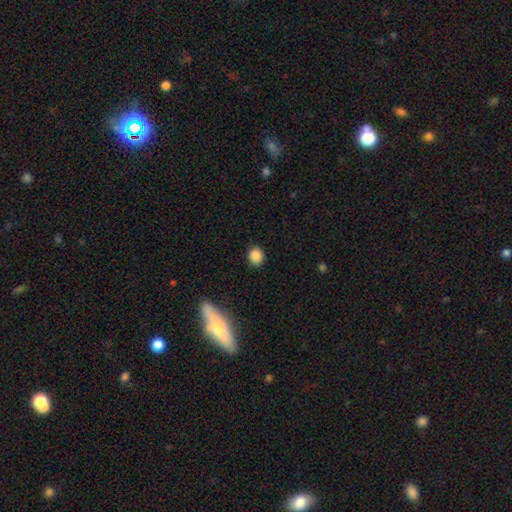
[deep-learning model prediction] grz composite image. It shows a smooth galaxy with no disk features (86%) that is round (73%). Merging: none (88%).